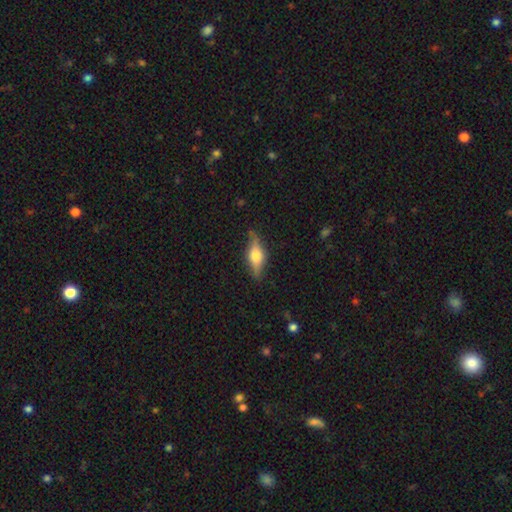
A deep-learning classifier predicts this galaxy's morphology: Overall: featured or disk (56%; smooth 37%). Edge-on disk: yes (92%). Edge-on bulge: rounded (90%). Merging: none (80%).